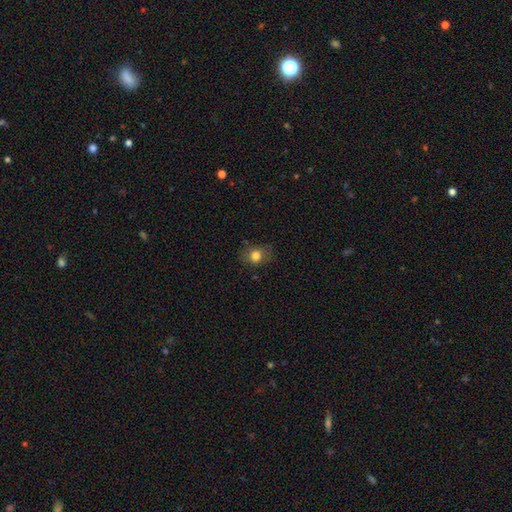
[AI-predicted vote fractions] smooth_or_featured: smooth (p=0.78) [alt: star or artifact p=0.11]
how_rounded: round (p=0.54) [alt: in between p=0.45]
merging: none (p=0.72) [alt: minor disturbance p=0.19]